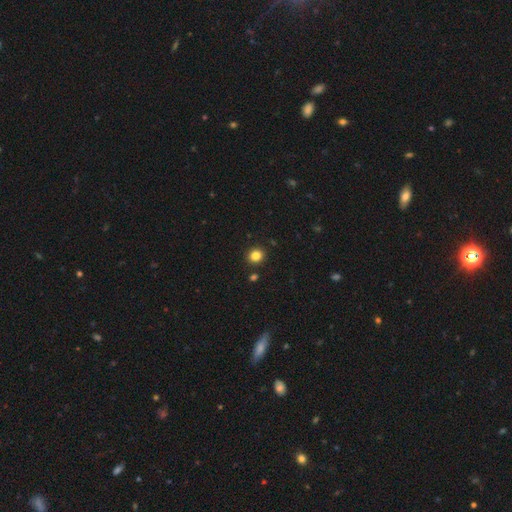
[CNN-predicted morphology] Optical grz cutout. It shows a smooth galaxy with no disk features (83%) that is round (82%). Merging: none (90%).